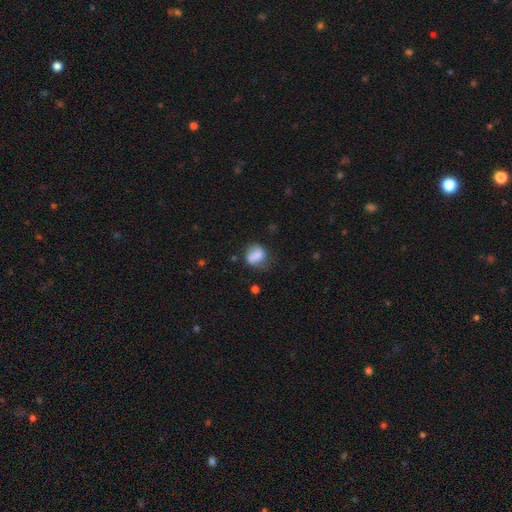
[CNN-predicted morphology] Smooth or featured: smooth — 76% (featured or disk — 16%)
How rounded: in between — 51% (round — 47%)
Merging: none — 53% (minor disturbance — 28%)